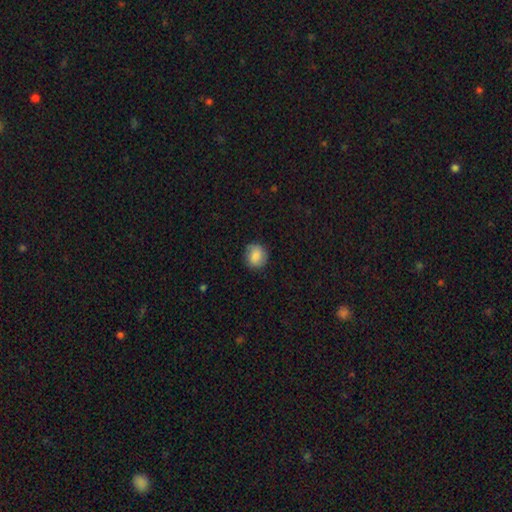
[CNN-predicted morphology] smooth 83%, featured or disk 9%, star or artifact 8%. Down the decision tree: how rounded — round (80%); merging — none (83%).